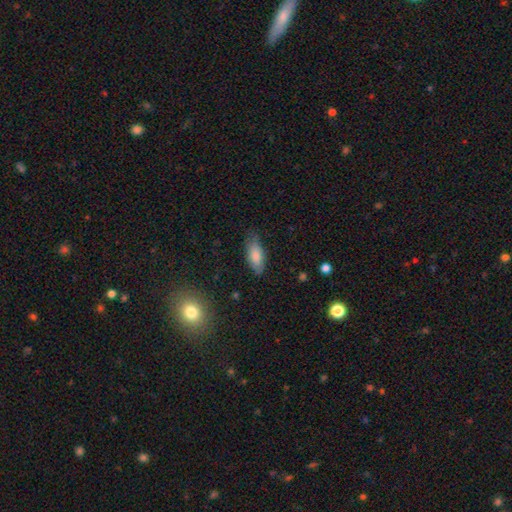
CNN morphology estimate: Smooth or featured: smooth — 80% (featured or disk — 13%)
How rounded: in between — 81% (cigar-shaped — 17%)
Merging: none — 70% (minor disturbance — 24%)